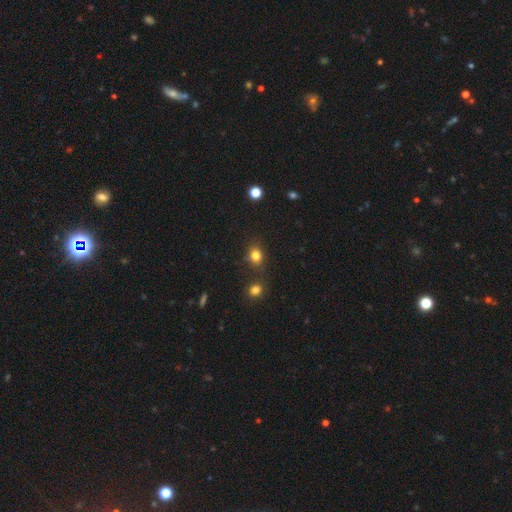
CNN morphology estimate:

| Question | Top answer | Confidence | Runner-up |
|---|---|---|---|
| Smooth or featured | smooth | 80% | star or artifact (13%) |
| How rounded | round | 54% | in between (45%) |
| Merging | none | 77% | minor disturbance (12%) |